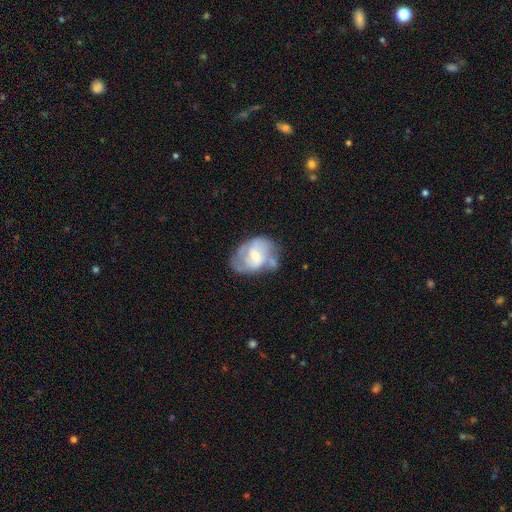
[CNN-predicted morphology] Smooth or featured? Predicted: featured or disk (p=0.62). Edge-on disk? Predicted: no (p=0.97). Bar? Predicted: weak (p=0.48). Spiral arms? Predicted: yes (p=0.69). Bulge size? Predicted: small (p=0.44). Merging? Predicted: none (p=0.41).